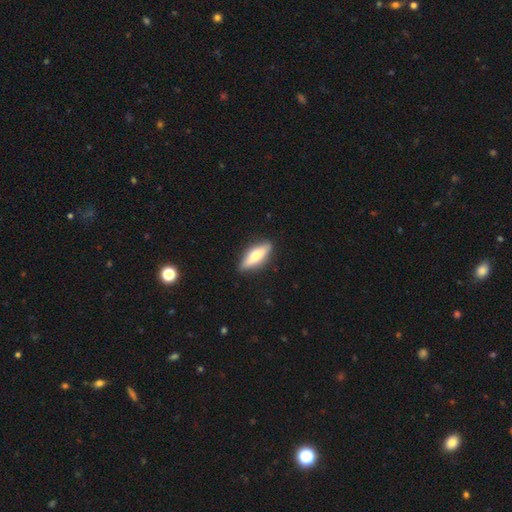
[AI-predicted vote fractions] A smooth galaxy with no disk features (56%) that is cigar-shaped (50%). Merging: none (87%).